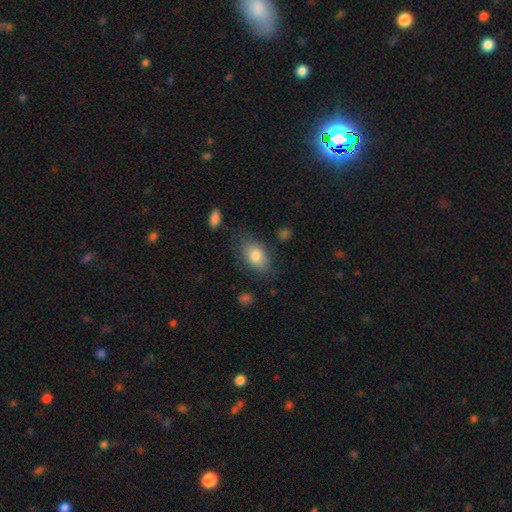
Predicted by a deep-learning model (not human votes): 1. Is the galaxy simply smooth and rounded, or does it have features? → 81% smooth, 12% featured or disk, 7% star or artifact.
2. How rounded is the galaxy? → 86% in between, 12% round, 2% cigar-shaped.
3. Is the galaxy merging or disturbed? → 72% none, 19% minor disturbance, 6% major disturbance, 2% merger.